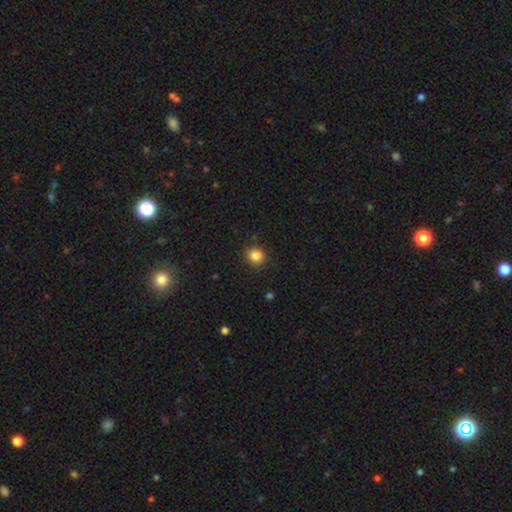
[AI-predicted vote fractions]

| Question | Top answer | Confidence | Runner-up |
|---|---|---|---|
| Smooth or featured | smooth | 85% | star or artifact (11%) |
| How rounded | round | 77% | in between (22%) |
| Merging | none | 84% | minor disturbance (12%) |